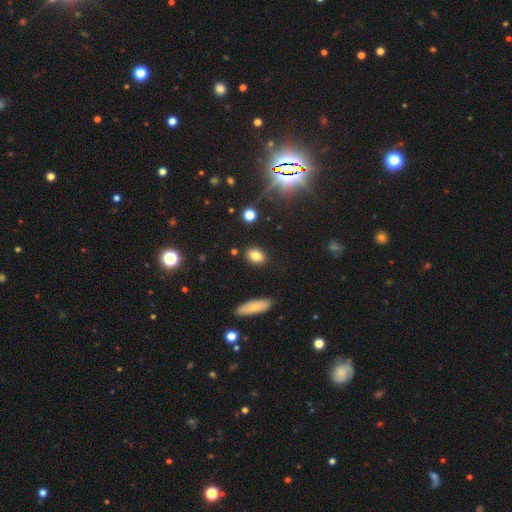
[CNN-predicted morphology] A smooth galaxy with no disk features (81%) that is in between round and cigar-shaped (76%). Merging: none (86%).